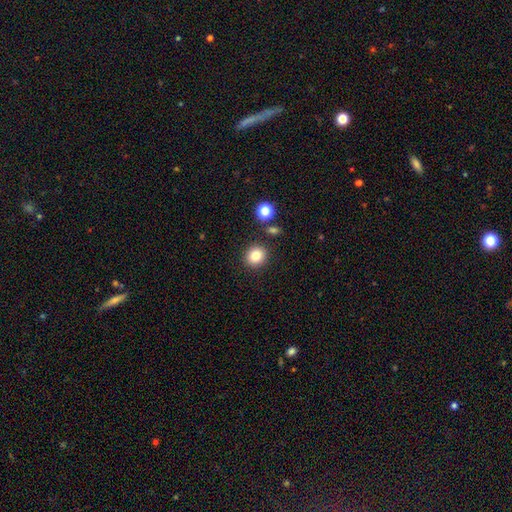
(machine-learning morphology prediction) Smooth or featured? smooth (82%)
How rounded? round (83%)
Merging? none (87%)